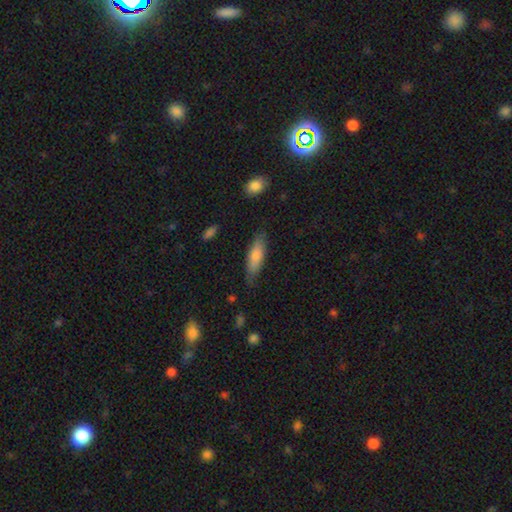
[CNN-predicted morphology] The model was most divided on "how rounded": cigar-shaped: 52%, in between: 46%, round: 2%. More confident: merging — none (76%); smooth or featured — smooth (75%).